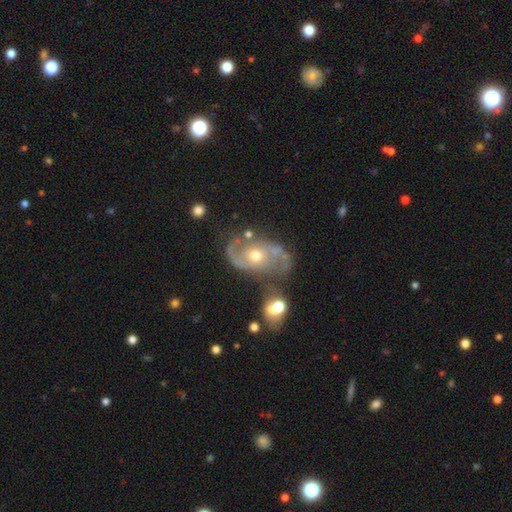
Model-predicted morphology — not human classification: The model was most divided on "spiral winding": medium: 49%, loose: 31%, tight: 20%. Remaining: edge-on disk — no (96%); spiral arms — yes (91%); spiral arm count — 2 (85%); smooth or featured — featured or disk (83%); bulge size — moderate (67%); bar — no (67%); merging — none (48%).